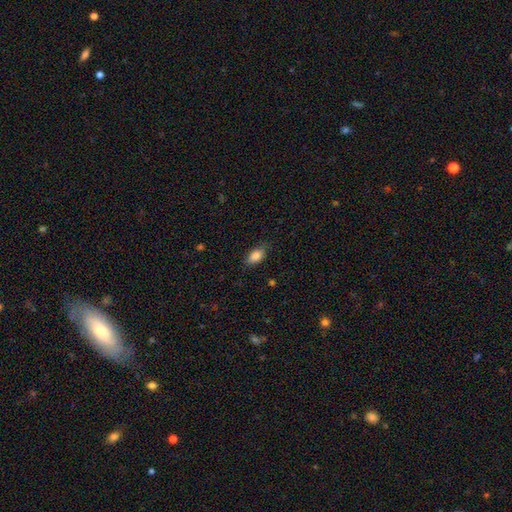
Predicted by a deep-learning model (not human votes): Smooth or featured? smooth (86%)
How rounded? in between (90%)
Merging? none (78%)